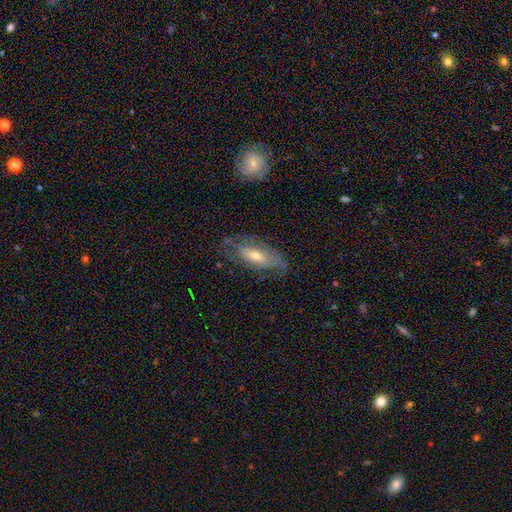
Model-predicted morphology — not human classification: A featured or disk galaxy (57%).

Vote fractions:
- Smooth or featured? featured or disk: 57% / smooth: 35% / star or artifact: 8%
- Edge-on disk? no: 82% / yes: 18%
- Merging? none: 63% / minor disturbance: 23% / major disturbance: 12% / merger: 2%